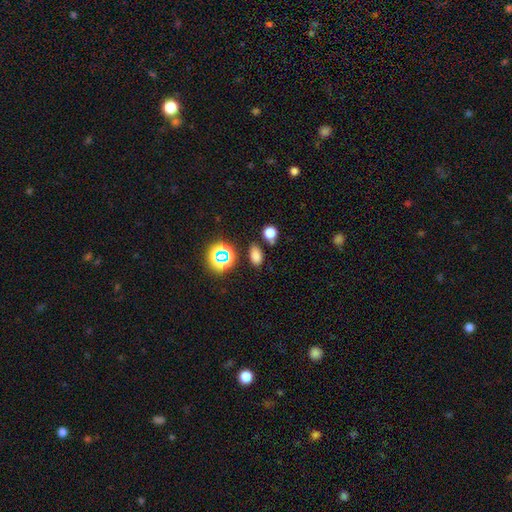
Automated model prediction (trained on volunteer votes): This is likely a smooth galaxy (73%). How rounded: clearly in between (84%). Merging: likely none (75%).